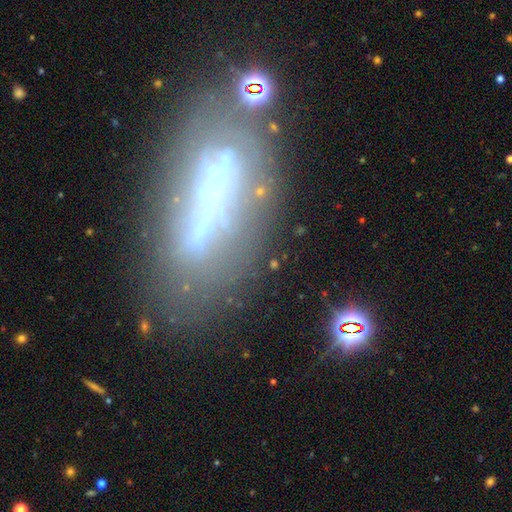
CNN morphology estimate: smooth_or_featured: featured or disk (p=0.52) [alt: smooth p=0.30]
disk_edge_on: no (p=0.75) [alt: yes p=0.25]
merging: none (p=0.52) [alt: minor disturbance p=0.20]